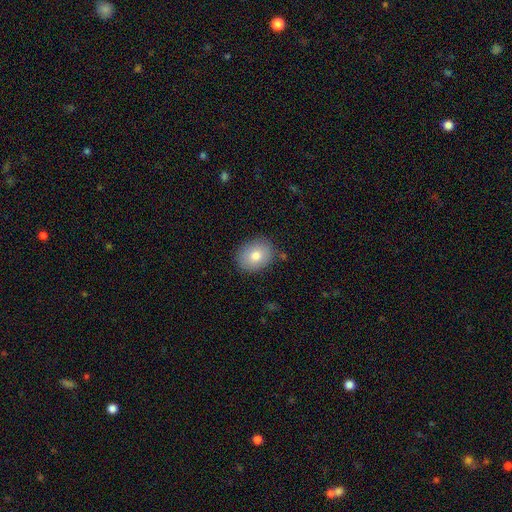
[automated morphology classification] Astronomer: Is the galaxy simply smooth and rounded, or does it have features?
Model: smooth — 79%.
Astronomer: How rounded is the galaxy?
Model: in between — 52% (runner-up: round, 47%).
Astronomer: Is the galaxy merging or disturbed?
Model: none — 84%.